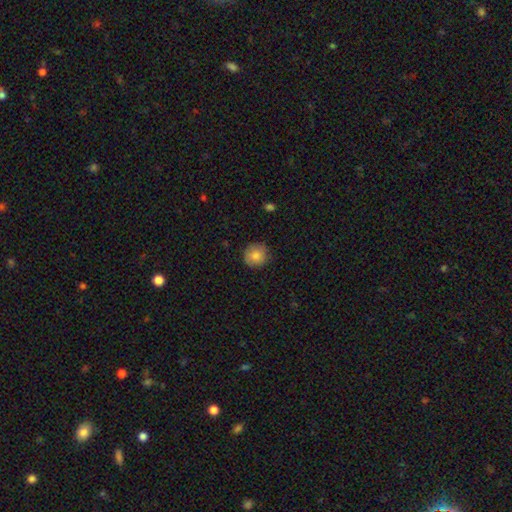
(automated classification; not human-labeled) Overall: smooth (83%). How rounded: round (92%). Merging: none (83%).